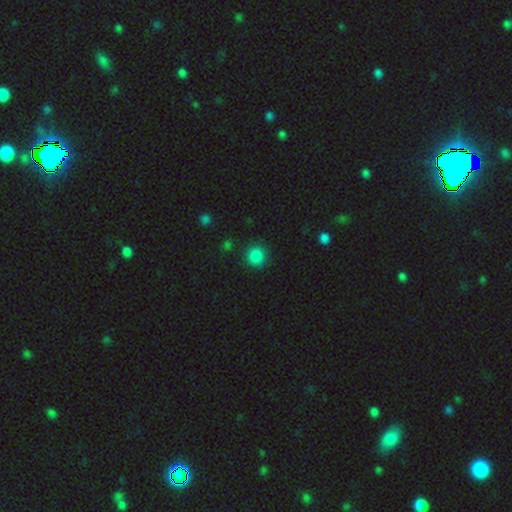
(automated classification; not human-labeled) The model was most divided on "smooth or featured": smooth: 86%, star or artifact: 11%, featured or disk: 3%. More confident: how rounded — round (91%); merging — none (89%).